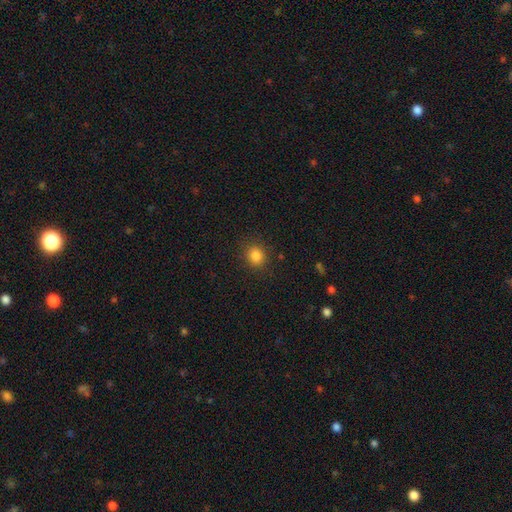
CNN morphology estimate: smooth 85%, star or artifact 11%, featured or disk 4%. Down the decision tree: how rounded — round (78%); merging — none (87%).